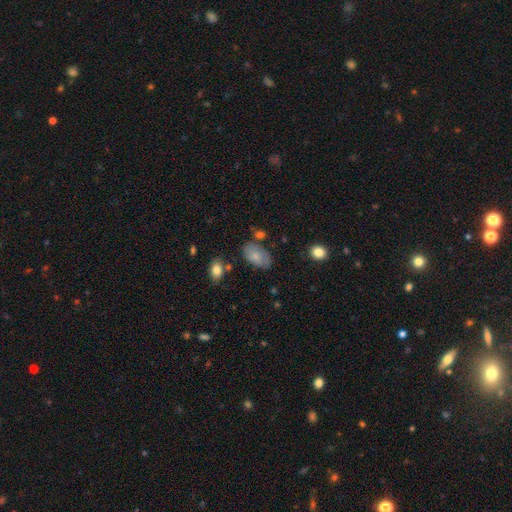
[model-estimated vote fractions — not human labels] Overall: smooth (73%). How rounded: in between (92%). Merging: none (66%).